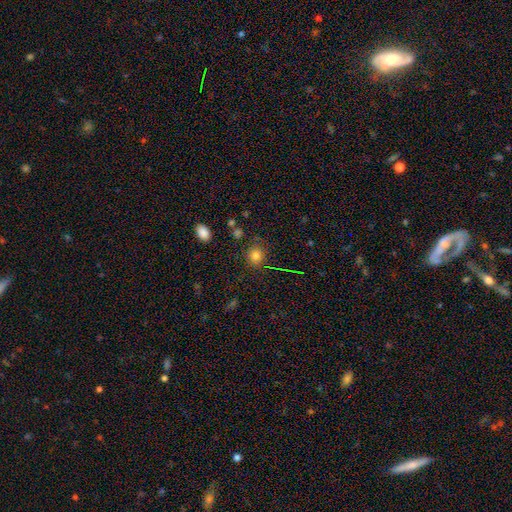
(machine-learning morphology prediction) The model was most divided on "how rounded": round: 78%, in between: 21%, cigar-shaped: 1%. More confident: merging — none (80%); smooth or featured — smooth (80%).